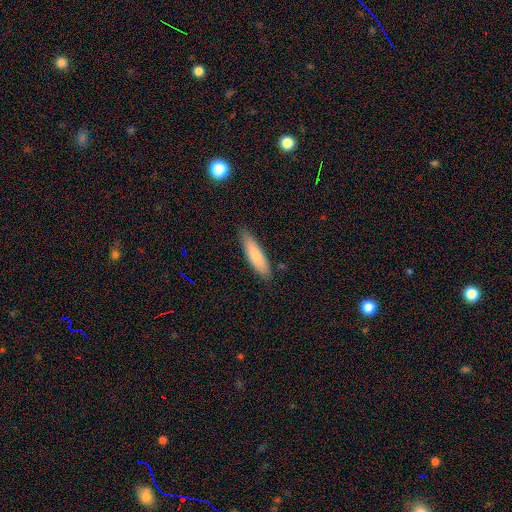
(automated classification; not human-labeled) The model was most divided on "how rounded": cigar-shaped: 72%, in between: 27%, round: 1%. More confident: merging — none (82%); smooth or featured — smooth (77%).